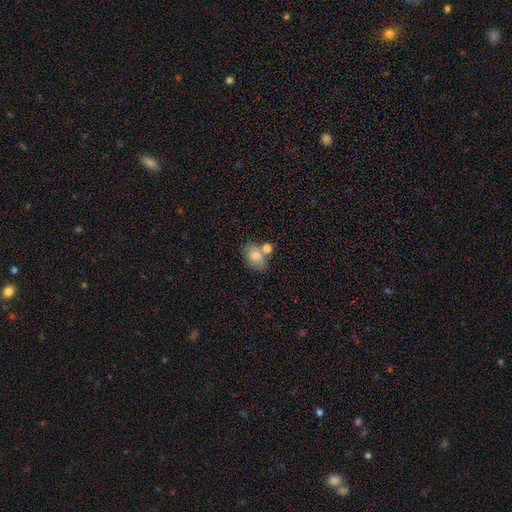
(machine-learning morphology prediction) type=smooth (81%); roundness=in between (73%); merging=none (48%).